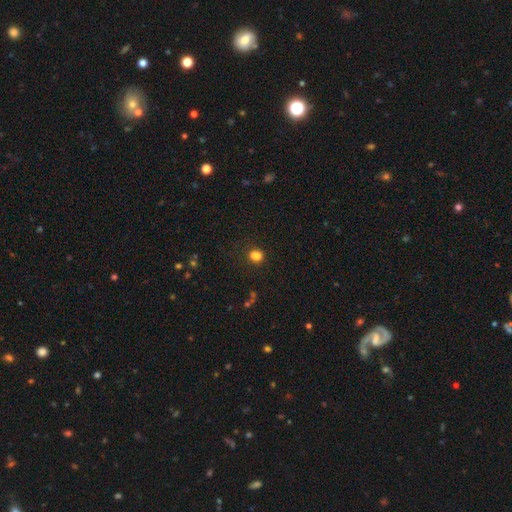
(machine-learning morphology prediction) Smooth or featured? Predicted: smooth (p=0.82). How rounded? Predicted: round (p=0.57). Merging? Predicted: none (p=0.76).